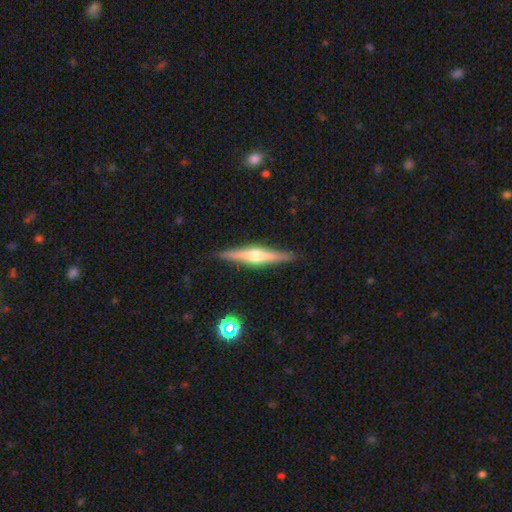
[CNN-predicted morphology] featured or disk 69%, smooth 25%, star or artifact 6%. Down the decision tree: edge-on disk — yes (97%); edge-on bulge — rounded (90%); merging — none (90%).